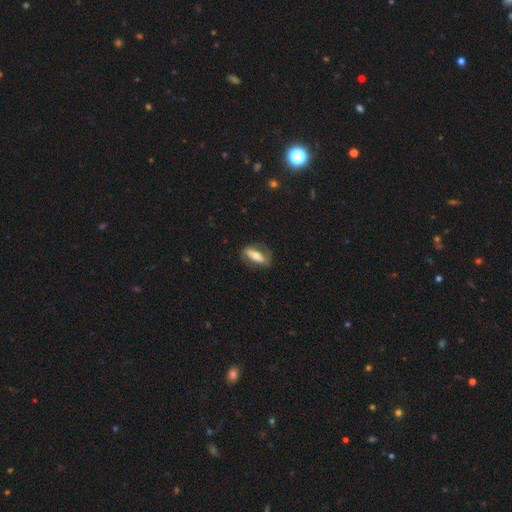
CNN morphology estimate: type=smooth (49%); merging=none (72%).